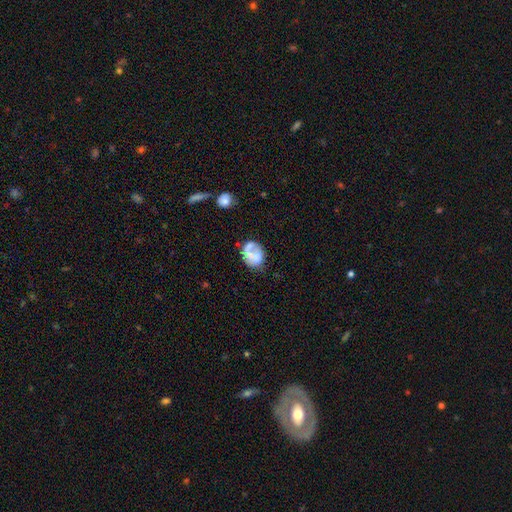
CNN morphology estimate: Smooth or featured? Predicted: smooth (p=0.49). Merging? Predicted: none (p=0.46).